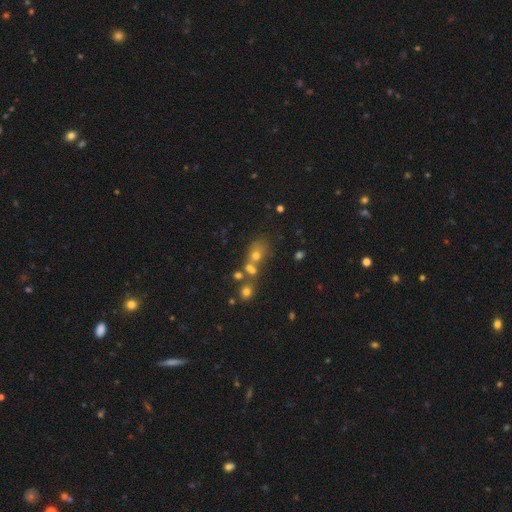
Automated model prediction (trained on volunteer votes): Smooth or featured? smooth (52%)
How rounded? round (65%)
Merging? none (47%)